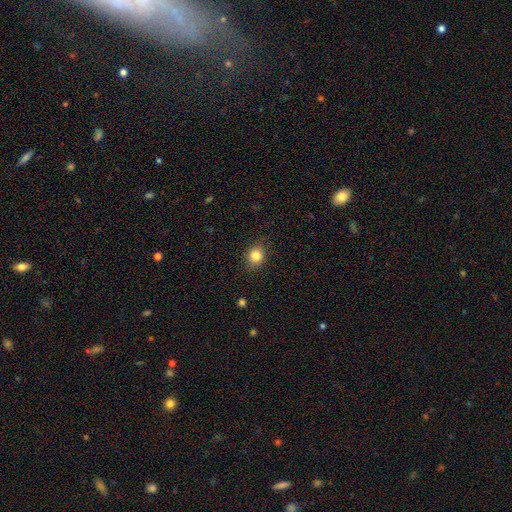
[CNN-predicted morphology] A smooth galaxy with no disk features (83%) that is round (69%).

Vote fractions:
- Smooth or featured? smooth: 83% / star or artifact: 11% / featured or disk: 6%
- How rounded? round: 69% / in between: 30% / cigar-shaped: 1%
- Merging? none: 86% / minor disturbance: 10% / major disturbance: 2% / merger: 1%